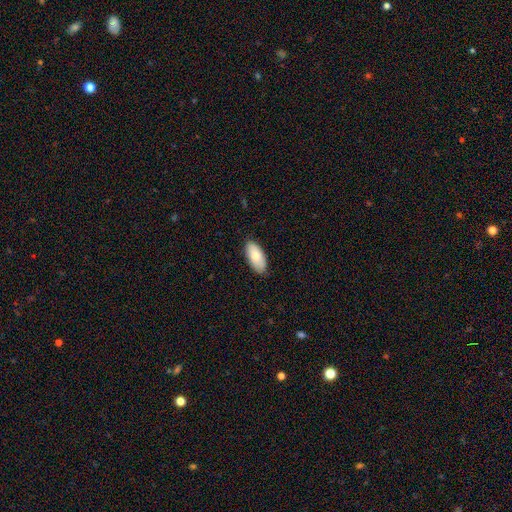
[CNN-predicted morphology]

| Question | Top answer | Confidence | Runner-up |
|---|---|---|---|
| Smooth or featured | smooth | 84% | featured or disk (11%) |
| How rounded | in between | 92% | cigar-shaped (6%) |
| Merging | none | 86% | minor disturbance (12%) |